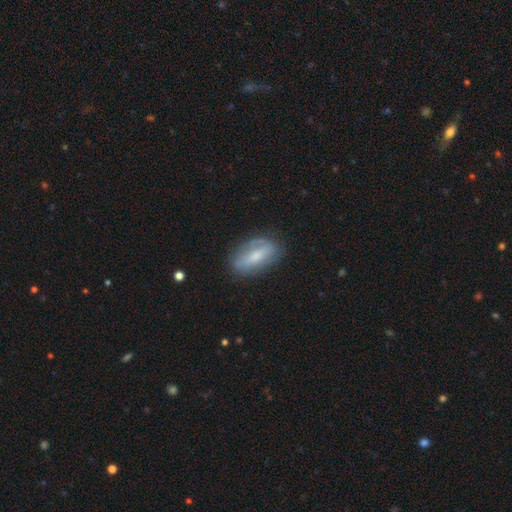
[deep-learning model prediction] This is possibly a smooth galaxy (51%). How rounded: clearly in between (83%). Merging: likely none (70%).